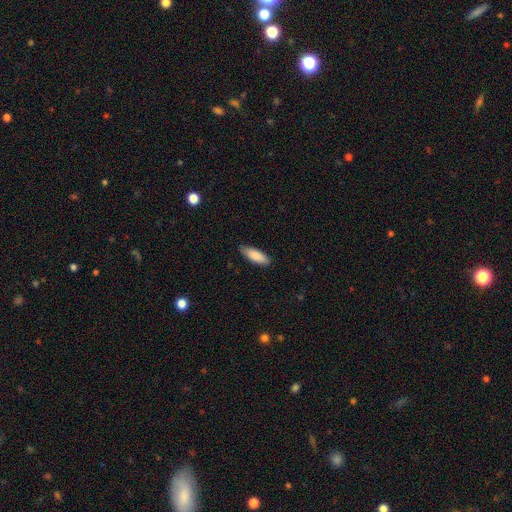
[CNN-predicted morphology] Smooth or featured? smooth (87%)
How rounded? in between (65%)
Merging? none (86%)